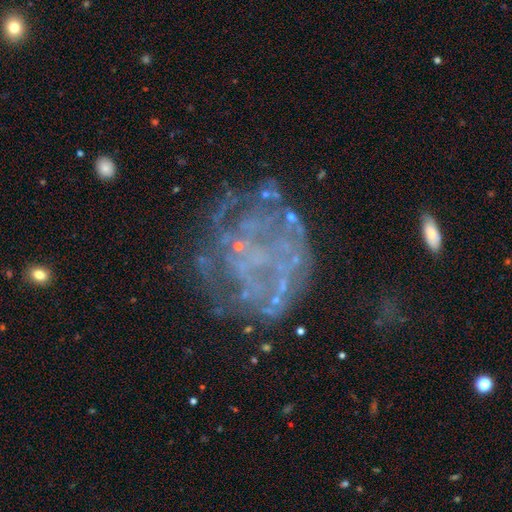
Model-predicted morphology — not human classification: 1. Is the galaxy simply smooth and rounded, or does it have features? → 70% featured or disk, 16% star or artifact, 14% smooth.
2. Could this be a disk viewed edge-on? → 98% no, 2% yes.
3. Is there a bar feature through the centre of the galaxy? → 88% no, 9% weak, 3% strong.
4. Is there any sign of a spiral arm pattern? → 64% no, 36% yes.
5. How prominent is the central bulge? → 71% none, 21% small, 5% moderate, 1% large, 1% dominant.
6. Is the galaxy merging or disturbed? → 59% none, 20% major disturbance, 17% minor disturbance, 4% merger.